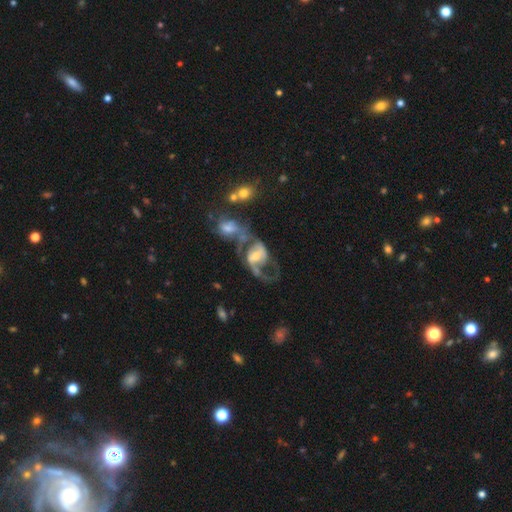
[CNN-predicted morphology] Smooth or featured: featured or disk — 82% (smooth — 10%)
Edge-on disk: no — 97% (yes — 3%)
Bar: weak — 44% (no — 37%)
Spiral arms: yes — 89% (no — 11%)
Spiral winding: loose — 46% (medium — 42%)
Spiral arm count: 2 — 79% (1 — 9%)
Bulge size: moderate — 45% (small — 31%)
Merging: merger — 41% (none — 26%)